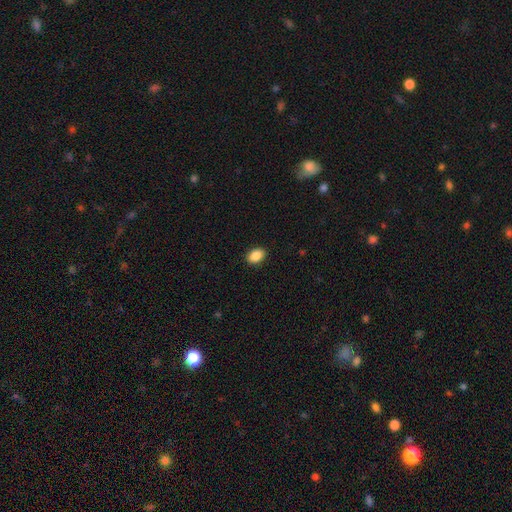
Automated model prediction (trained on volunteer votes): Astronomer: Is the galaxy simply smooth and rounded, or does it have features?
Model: smooth — 89%.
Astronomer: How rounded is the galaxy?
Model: in between — 85%.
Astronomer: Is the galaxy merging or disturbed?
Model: none — 90%.